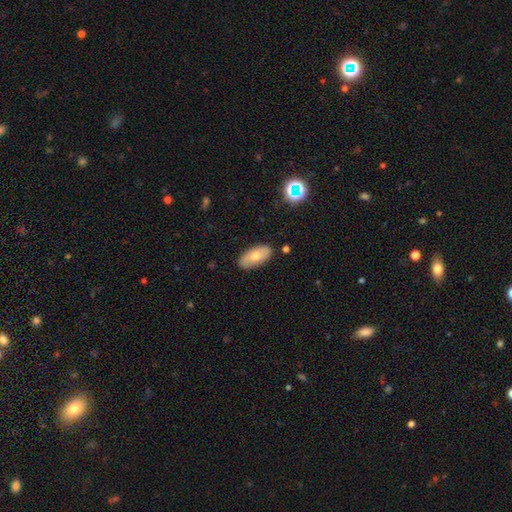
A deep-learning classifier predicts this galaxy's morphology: The model was most divided on "smooth or featured": smooth: 64%, featured or disk: 29%, star or artifact: 7%. More confident: how rounded — in between (91%); merging — none (84%).